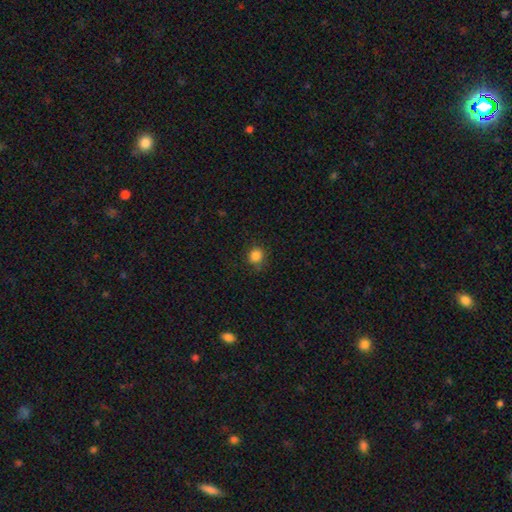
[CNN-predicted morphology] type=smooth (84%); roundness=round (86%); merging=none (83%).